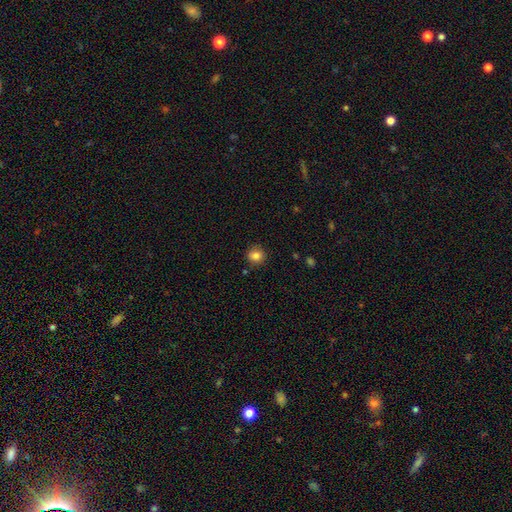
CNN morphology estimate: type=smooth (84%); roundness=round (86%); merging=none (87%).